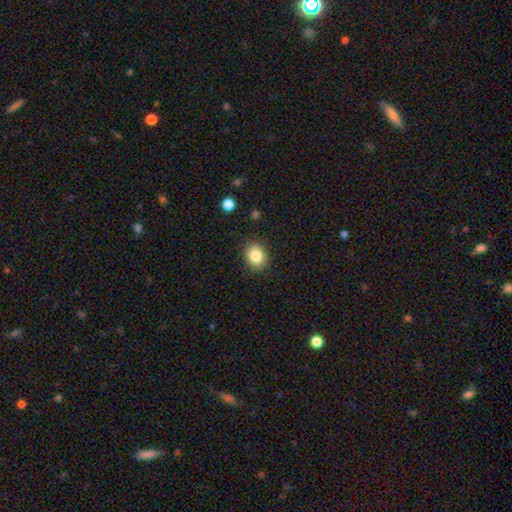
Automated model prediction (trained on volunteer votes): smooth_or_featured: smooth (p=0.85) [alt: star or artifact p=0.09]
how_rounded: round (p=0.58) [alt: in between p=0.41]
merging: none (p=0.87) [alt: minor disturbance p=0.09]